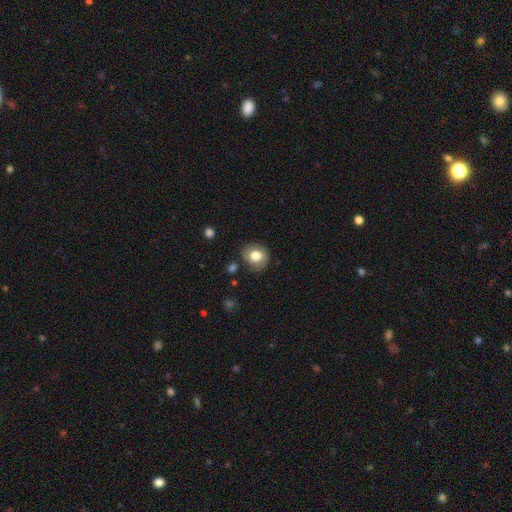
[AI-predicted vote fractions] The model was most divided on "how rounded": round: 71%, in between: 28%, cigar-shaped: 1%. More confident: merging — none (81%); smooth or featured — smooth (77%).